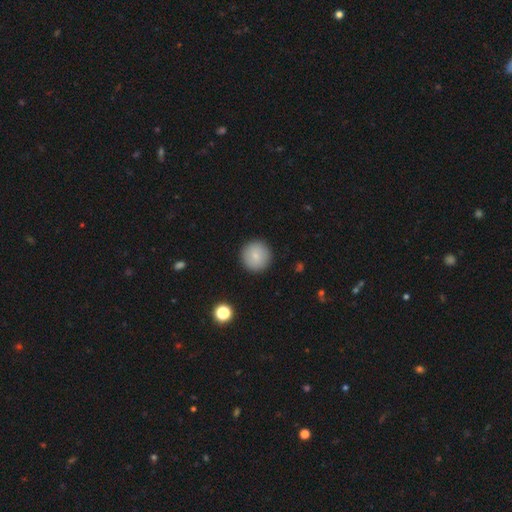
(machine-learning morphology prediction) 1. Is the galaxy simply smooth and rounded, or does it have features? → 82% smooth, 10% featured or disk, 8% star or artifact.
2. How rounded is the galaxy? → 96% round, 3% in between, 1% cigar-shaped.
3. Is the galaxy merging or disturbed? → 92% none, 6% minor disturbance, 2% major disturbance, 1% merger.